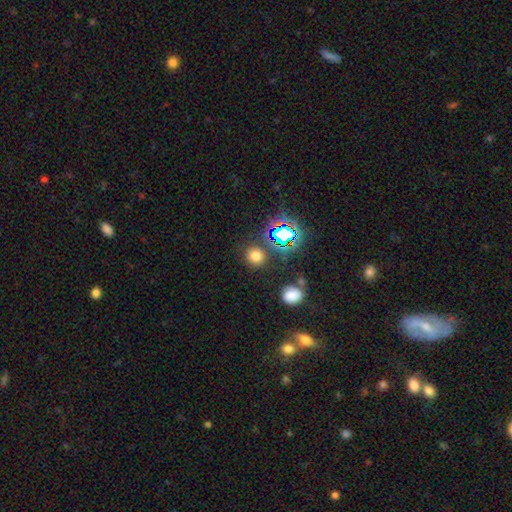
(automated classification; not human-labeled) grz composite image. It shows a smooth galaxy with no disk features (65%) that is round (85%). Merging: none (85%).